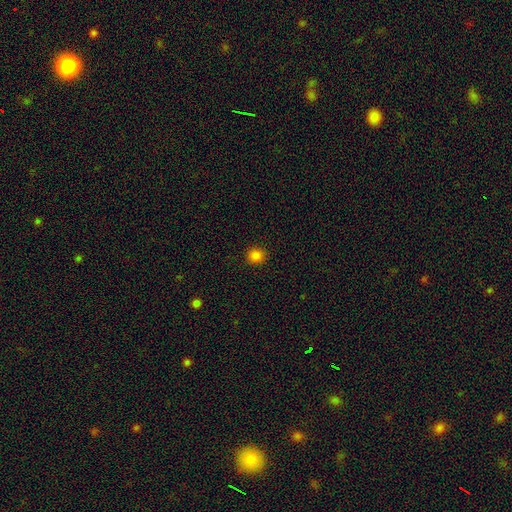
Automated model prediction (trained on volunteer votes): smooth 83%, star or artifact 14%, featured or disk 3%. Down the decision tree: how rounded — round (88%); merging — none (92%).